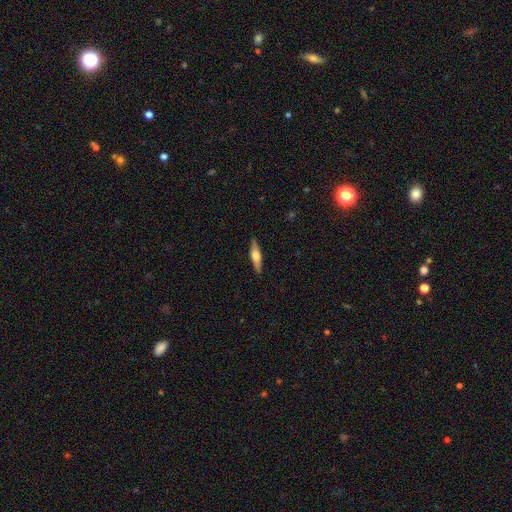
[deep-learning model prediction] smooth-or-featured: featured or disk: 53% | smooth: 42% | star or artifact: 6%
  disk-edge-on: yes: 95% | no: 5%
    edge-on-bulge: rounded: 88% | boxy: 8% | none: 4%
  merging: none: 90% | minor disturbance: 8% | major disturbance: 2% | merger: 1%